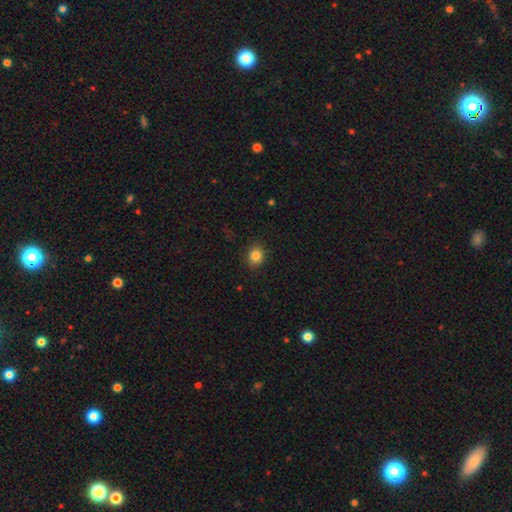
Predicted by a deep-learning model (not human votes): A smooth galaxy with no disk features (85%) that is round (65%).

Vote fractions:
- Smooth or featured? smooth: 85% / star or artifact: 11% / featured or disk: 4%
- How rounded? round: 65% / in between: 34% / cigar-shaped: 1%
- Merging? none: 88% / minor disturbance: 9% / major disturbance: 3% / merger: 1%